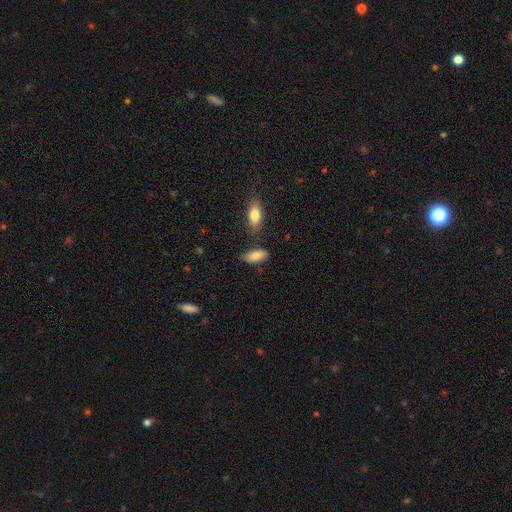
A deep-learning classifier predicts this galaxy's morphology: smooth-or-featured: smooth: 83% | featured or disk: 10% | star or artifact: 7%
  how-rounded: in between: 88% | cigar-shaped: 9% | round: 2%
  merging: none: 68% | minor disturbance: 20% | merger: 8% | major disturbance: 4%